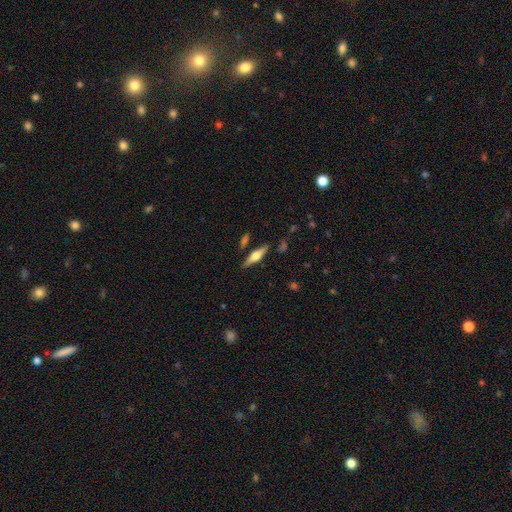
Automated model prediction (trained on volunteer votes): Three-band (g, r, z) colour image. It shows a featured or disk galaxy (61%) viewed edge-on (96%) with a rounded central bulge (87%). Merging: none (85%).